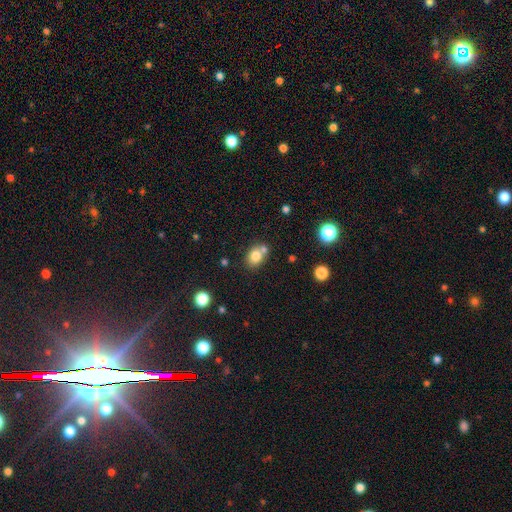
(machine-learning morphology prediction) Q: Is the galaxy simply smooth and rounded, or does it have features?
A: smooth — 78%.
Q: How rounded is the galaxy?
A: in between — 50%.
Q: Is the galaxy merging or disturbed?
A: none — 53%.